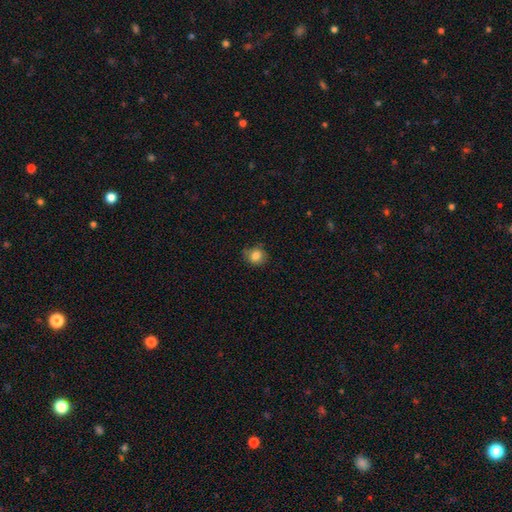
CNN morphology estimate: smooth_or_featured: smooth (p=0.83) [alt: star or artifact p=0.10]
how_rounded: round (p=0.83) [alt: in between p=0.16]
merging: none (p=0.75) [alt: minor disturbance p=0.19]